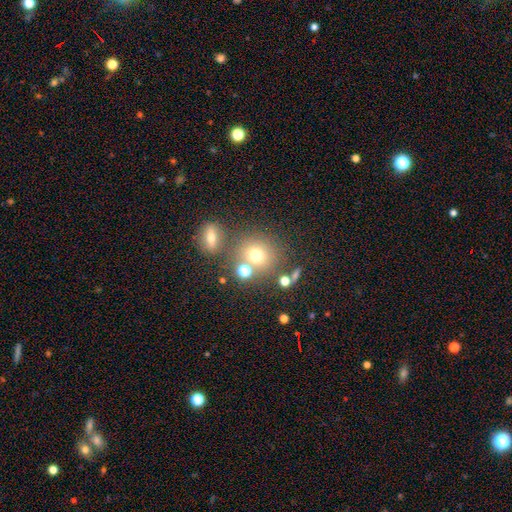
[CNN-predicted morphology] smooth_or_featured: smooth (p=0.69) [alt: star or artifact p=0.18]
how_rounded: round (p=0.82) [alt: in between p=0.16]
merging: none (p=0.64) [alt: merger p=0.20]